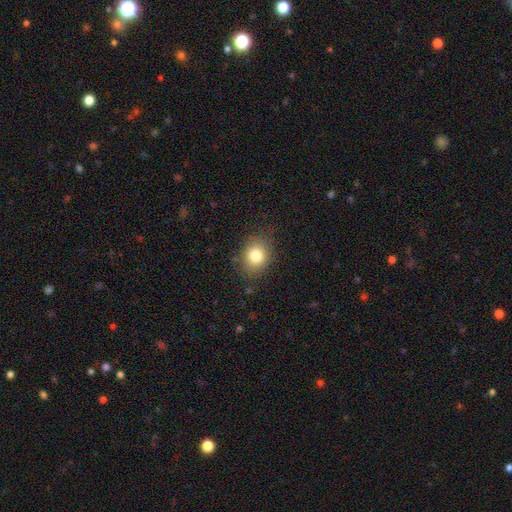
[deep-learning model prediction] A smooth galaxy with no disk features (80%) that is round (59%).

Vote fractions:
- Smooth or featured? smooth: 80% / star or artifact: 11% / featured or disk: 9%
- How rounded? round: 59% / in between: 40% / cigar-shaped: 1%
- Merging? none: 82% / minor disturbance: 12% / major disturbance: 4% / merger: 1%